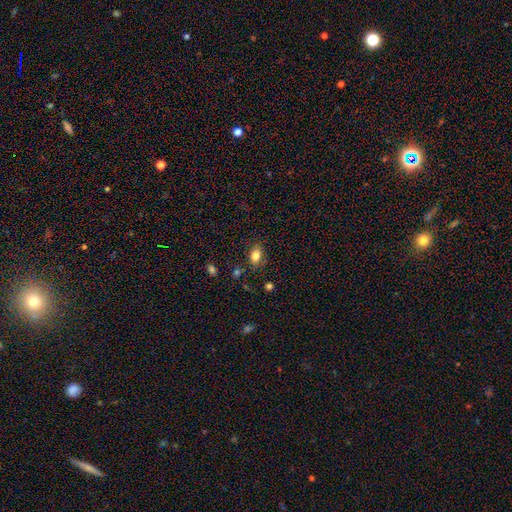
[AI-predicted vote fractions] A smooth galaxy with no disk features (81%) that is in between round and cigar-shaped (79%).

Vote fractions:
- Smooth or featured? smooth: 81% / star or artifact: 10% / featured or disk: 9%
- How rounded? in between: 79% / round: 20% / cigar-shaped: 2%
- Merging? none: 80% / minor disturbance: 14% / major disturbance: 4% / merger: 3%